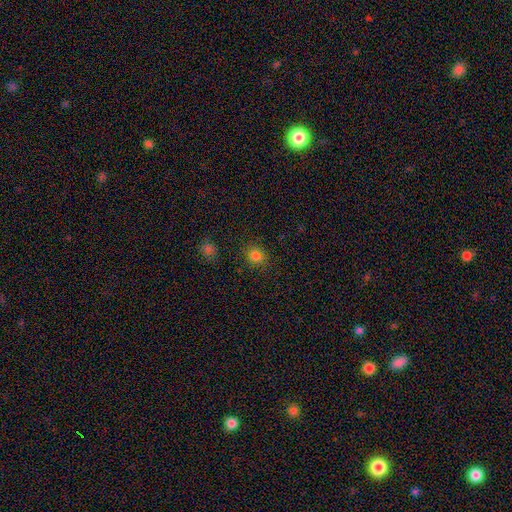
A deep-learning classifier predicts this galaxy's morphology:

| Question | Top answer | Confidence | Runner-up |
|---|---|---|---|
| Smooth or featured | smooth | 79% | star or artifact (16%) |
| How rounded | round | 80% | in between (19%) |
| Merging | none | 85% | minor disturbance (9%) |